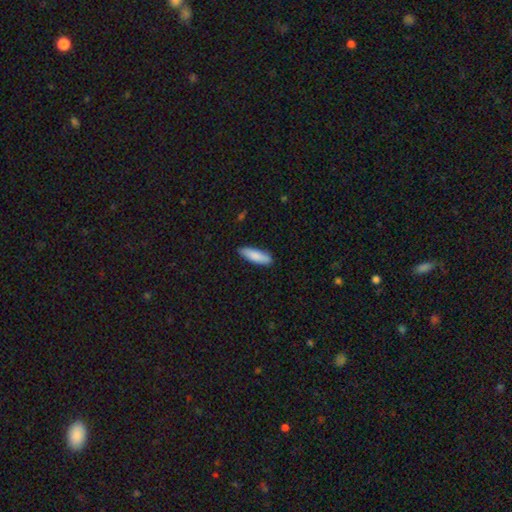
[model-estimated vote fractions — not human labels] The model was most divided on "how rounded": cigar-shaped: 53%, in between: 45%, round: 1%. More confident: merging — none (87%); smooth or featured — smooth (86%).